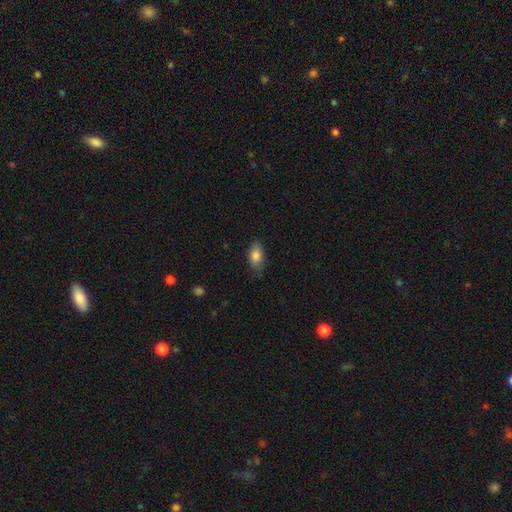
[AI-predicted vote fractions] smooth-or-featured: smooth: 84% | featured or disk: 9% | star or artifact: 7%
  how-rounded: in between: 90% | round: 6% | cigar-shaped: 4%
  merging: none: 76% | minor disturbance: 19% | major disturbance: 4% | merger: 1%